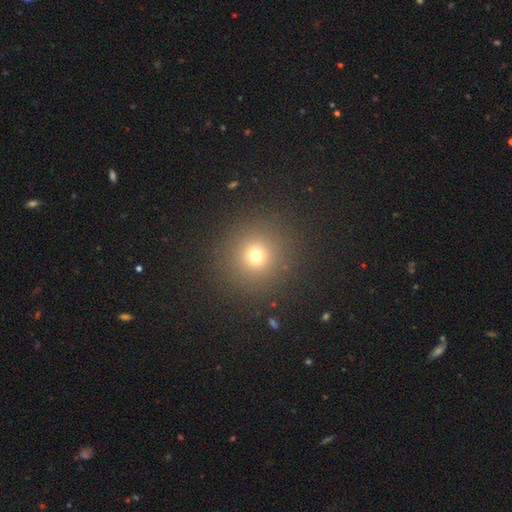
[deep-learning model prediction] This is likely a smooth galaxy (69%). How rounded: clearly round (93%). Merging: clearly none (89%).